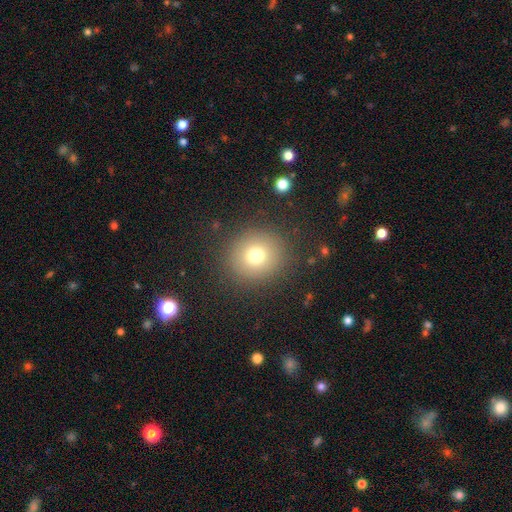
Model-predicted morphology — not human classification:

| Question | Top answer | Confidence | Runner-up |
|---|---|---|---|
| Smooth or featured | smooth | 74% | star or artifact (15%) |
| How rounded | round | 91% | in between (8%) |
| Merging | none | 88% | minor disturbance (7%) |